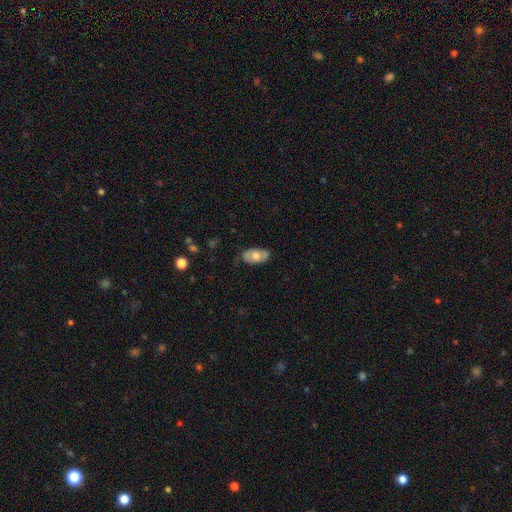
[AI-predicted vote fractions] Smooth or featured?
  - smooth: 62% *
  - featured or disk: 32%
  - star or artifact: 6%
How rounded?
  - in between: 94% *
  - round: 4%
  - cigar-shaped: 2%
Merging?
  - none: 76% *
  - minor disturbance: 19%
  - major disturbance: 4%
  - merger: 1%